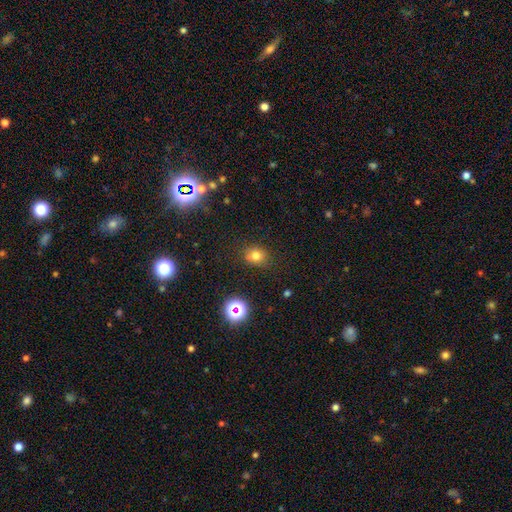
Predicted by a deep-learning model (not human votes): The model was most divided on "how rounded": round: 65%, in between: 34%, cigar-shaped: 1%. More confident: merging — none (79%); smooth or featured — smooth (73%).